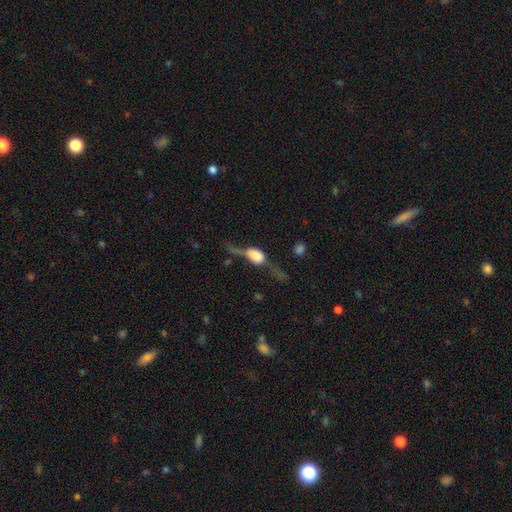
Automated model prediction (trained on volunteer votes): The model was most divided on "merging": major disturbance: 40%, none: 30%, minor disturbance: 21%, merger: 9%. More confident: edge-on disk — yes (67%); smooth or featured — featured or disk (54%).